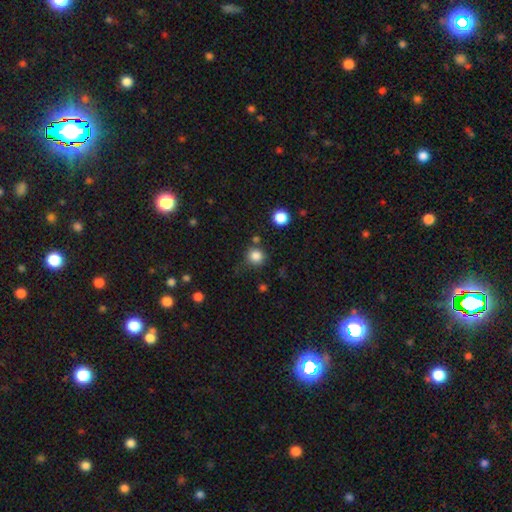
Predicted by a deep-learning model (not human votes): A smooth galaxy with no disk features (84%) that is round (92%).

Vote fractions:
- Smooth or featured? smooth: 84% / star or artifact: 12% / featured or disk: 4%
- How rounded? round: 92% / in between: 7% / cigar-shaped: 1%
- Merging? none: 80% / minor disturbance: 11% / merger: 6% / major disturbance: 4%